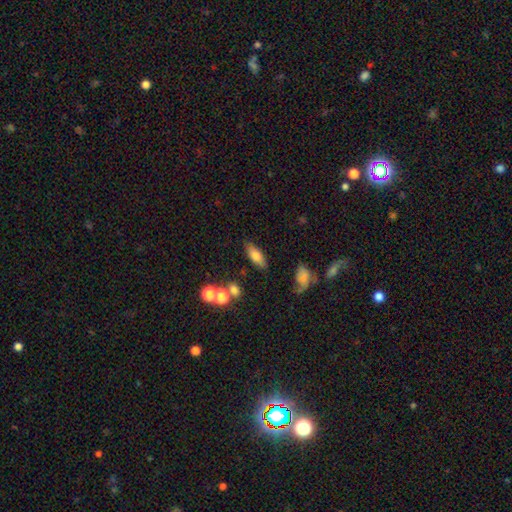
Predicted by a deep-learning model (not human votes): Overall: smooth (71%). How rounded: in between (71%). Merging: none (80%).